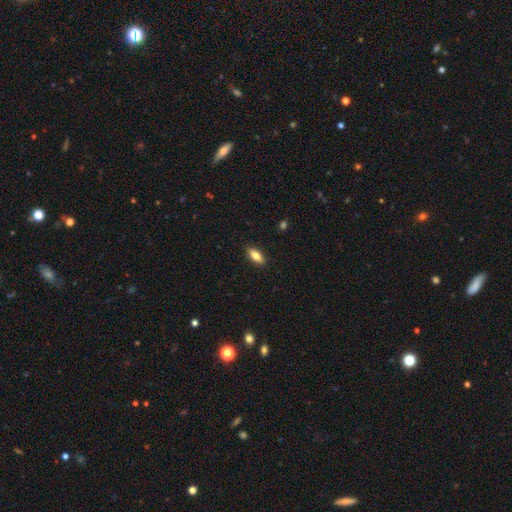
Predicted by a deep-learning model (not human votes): smooth-or-featured: smooth: 78% | featured or disk: 15% | star or artifact: 7%
  how-rounded: in between: 81% | cigar-shaped: 17% | round: 3%
  merging: none: 90% | minor disturbance: 8% | major disturbance: 2% | merger: 1%